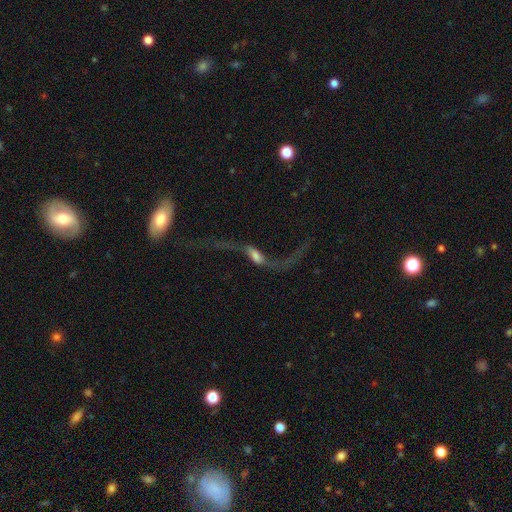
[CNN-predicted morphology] Smooth or featured? Predicted: featured or disk (p=0.74). Edge-on disk? Predicted: no (p=0.81). Bar? Predicted: no (p=0.39). Spiral arms? Predicted: yes (p=0.84). Bulge size? Predicted: moderate (p=0.33). Merging? Predicted: major disturbance (p=0.42).